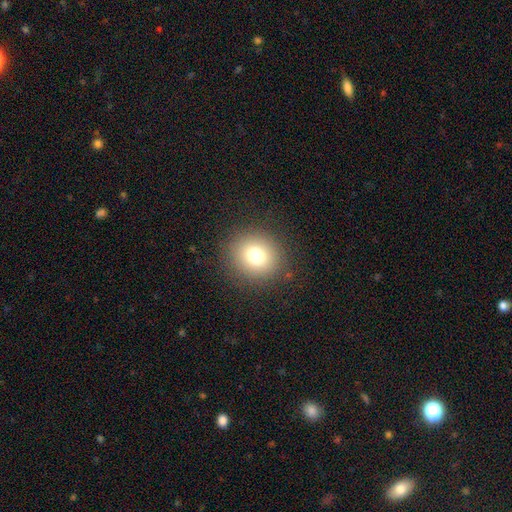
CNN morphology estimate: A smooth galaxy with no disk features (76%) that is round (88%). Merging: none (89%).